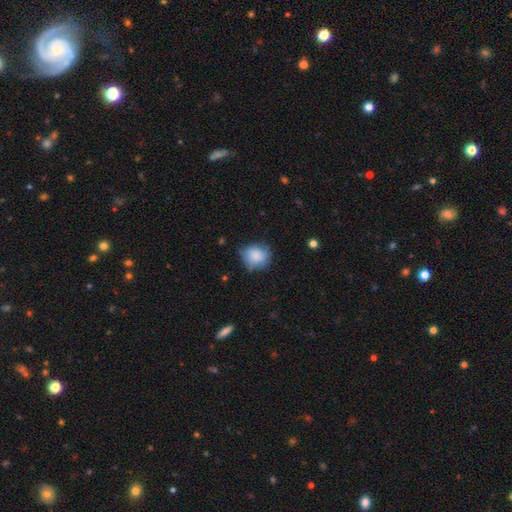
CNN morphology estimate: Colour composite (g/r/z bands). It shows a smooth galaxy with no disk features (84%) that is round (76%). Merging: none (63%).